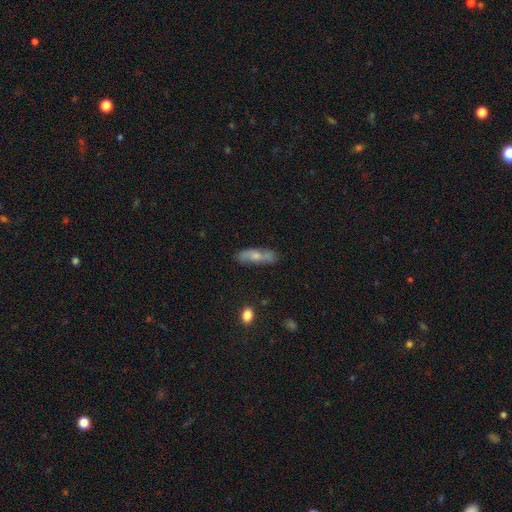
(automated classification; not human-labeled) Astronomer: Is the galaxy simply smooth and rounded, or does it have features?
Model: smooth — 53% (runner-up: featured or disk, 40%).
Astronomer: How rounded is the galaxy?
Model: cigar-shaped — 57% (runner-up: in between, 39%).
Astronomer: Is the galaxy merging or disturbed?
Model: none — 73%.